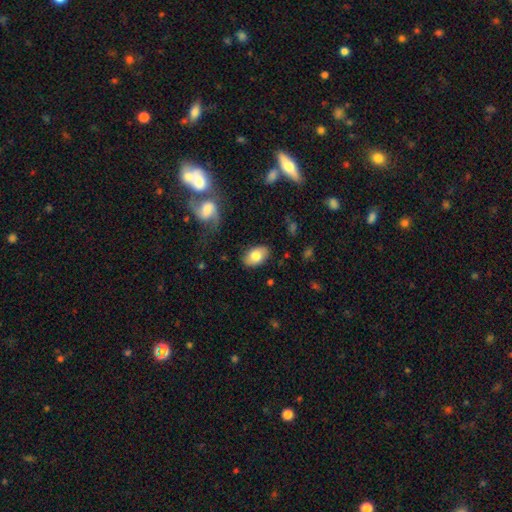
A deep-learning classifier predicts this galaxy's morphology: smooth 75%, featured or disk 19%, star or artifact 7%. Down the decision tree: how rounded — in between (89%); merging — none (82%).